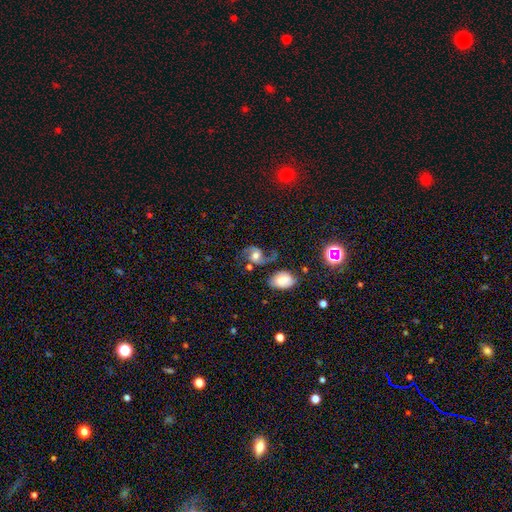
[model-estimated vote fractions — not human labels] Smooth or featured?
  - featured or disk: 77% *
  - smooth: 14%
  - star or artifact: 9%
Edge-on disk?
  - no: 97% *
  - yes: 3%
Bar?
  - no: 60% *
  - weak: 31%
  - strong: 9%
Spiral arms?
  - yes: 94% *
  - no: 6%
Spiral winding?
  - loose: 50% *
  - medium: 40%
  - tight: 10%
Spiral arm count?
  - 2: 91% *
  - 1: 4%
  - can't tell: 3%
  - 3: 1%
  - 4: 1%
  - more than 4: 1%
Bulge size?
  - moderate: 63% *
  - large: 19%
  - small: 13%
  - none: 2%
  - dominant: 2%
Merging?
  - none: 58% *
  - minor disturbance: 19%
  - major disturbance: 14%
  - merger: 10%